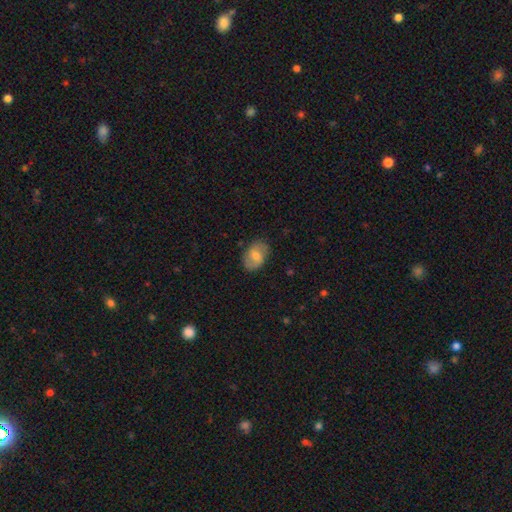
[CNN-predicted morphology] smooth-or-featured: smooth: 57% | featured or disk: 36% | star or artifact: 7%
  how-rounded: in between: 80% | round: 19% | cigar-shaped: 1%
  merging: none: 81% | minor disturbance: 14% | major disturbance: 3% | merger: 1%